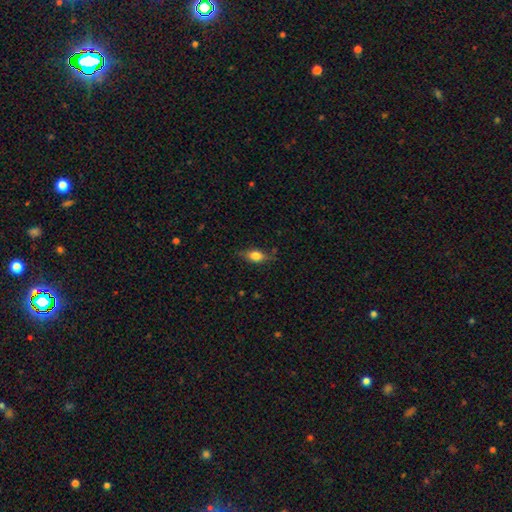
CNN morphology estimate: A smooth galaxy with no disk features (69%) that is in between round and cigar-shaped (76%). Merging: none (73%).